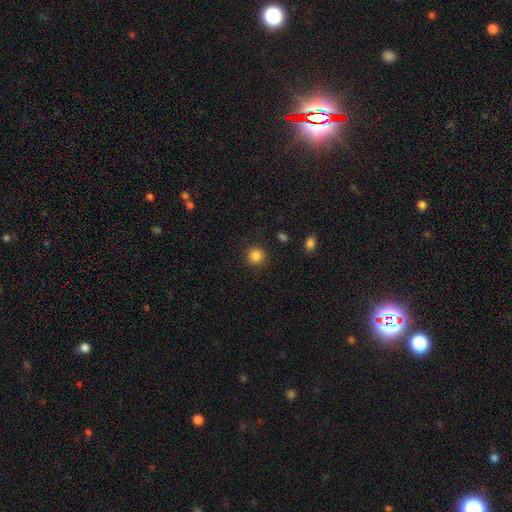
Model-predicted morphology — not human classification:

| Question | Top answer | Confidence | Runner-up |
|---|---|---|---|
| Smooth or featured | smooth | 86% | star or artifact (11%) |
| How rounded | round | 93% | in between (6%) |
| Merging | none | 90% | minor disturbance (6%) |